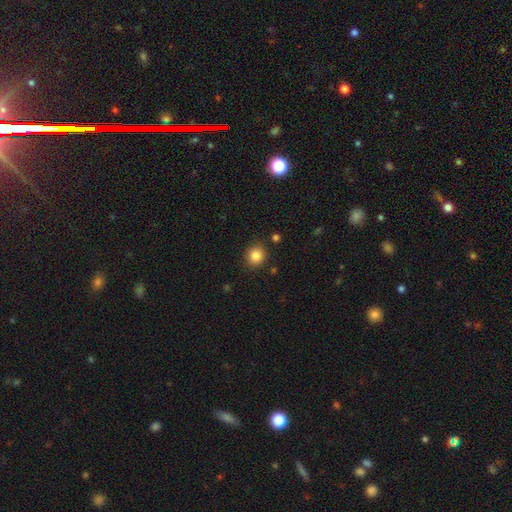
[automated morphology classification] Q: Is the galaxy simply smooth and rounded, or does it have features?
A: smooth — 85%.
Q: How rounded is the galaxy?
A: round — 80%.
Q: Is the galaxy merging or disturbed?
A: none — 86%.